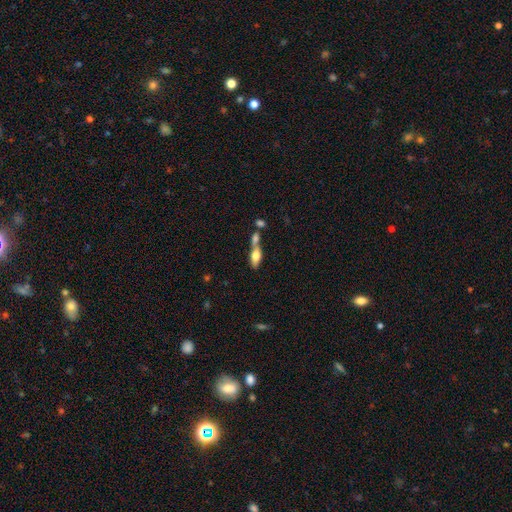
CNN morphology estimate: This is likely a smooth galaxy (62%). How rounded: likely in between (67%). Merging: possibly merger (52%).